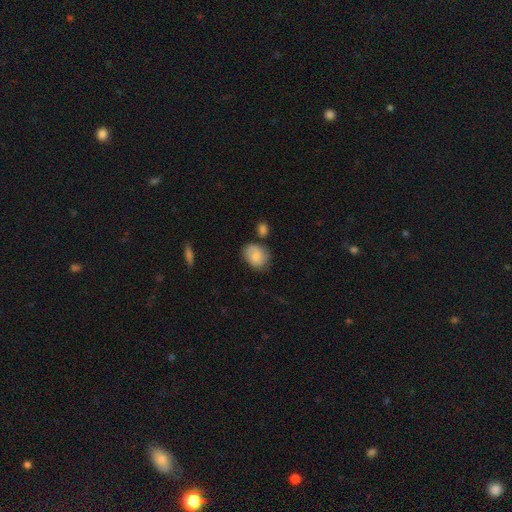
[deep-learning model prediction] smooth_or_featured: smooth (p=0.74) [alt: featured or disk p=0.19]
how_rounded: in between (p=0.54) [alt: round p=0.45]
merging: none (p=0.66) [alt: minor disturbance p=0.22]